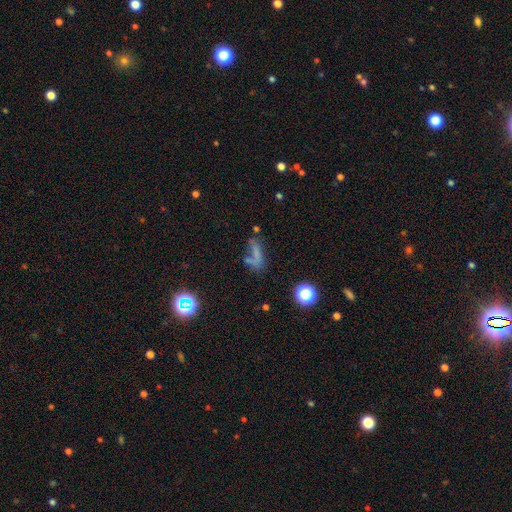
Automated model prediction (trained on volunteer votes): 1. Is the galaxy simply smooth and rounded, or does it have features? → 53% smooth, 25% featured or disk, 22% star or artifact.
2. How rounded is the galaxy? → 53% in between, 37% cigar-shaped, 10% round.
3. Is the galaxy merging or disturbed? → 36% none, 26% major disturbance, 19% minor disturbance, 19% merger.